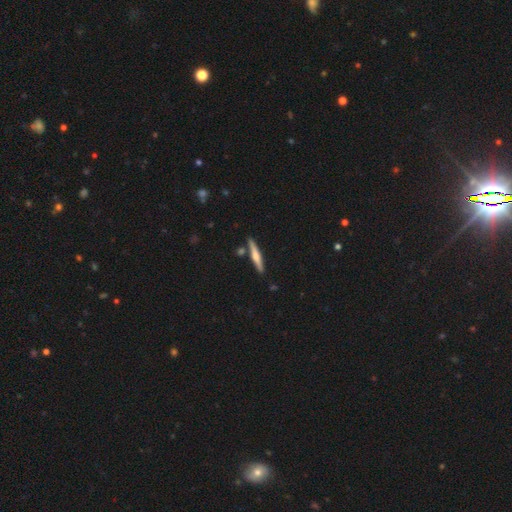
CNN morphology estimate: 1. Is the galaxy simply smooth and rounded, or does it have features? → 49% featured or disk, 45% smooth, 6% star or artifact.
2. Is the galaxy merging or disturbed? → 84% none, 9% minor disturbance, 5% merger, 2% major disturbance.